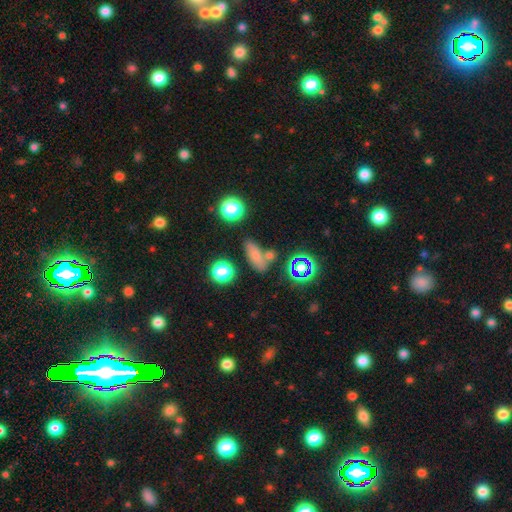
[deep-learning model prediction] Smooth or featured? Predicted: smooth (p=0.68). How rounded? Predicted: in between (p=0.63). Merging? Predicted: none (p=0.62).